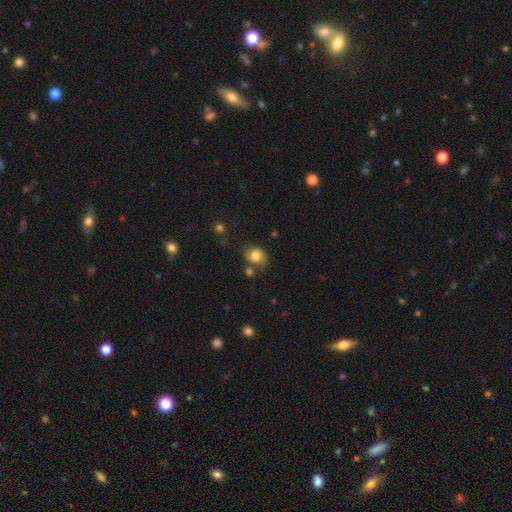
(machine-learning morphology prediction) This appears to be a smooth galaxy with no disk features (78%) that is round (64%). Merging: none (62%).